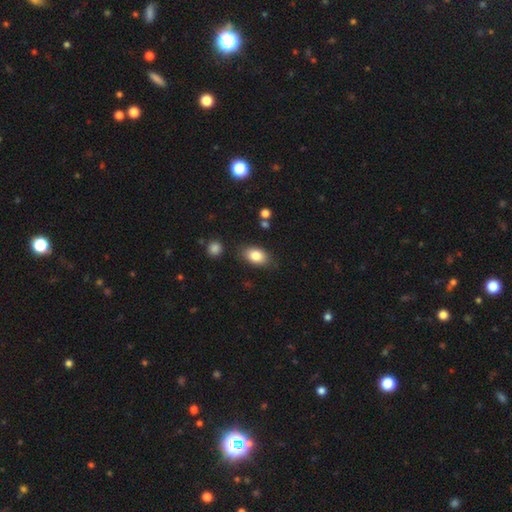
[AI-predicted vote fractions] Smooth or featured? Predicted: smooth (p=0.83). How rounded? Predicted: in between (p=0.87). Merging? Predicted: none (p=0.81).